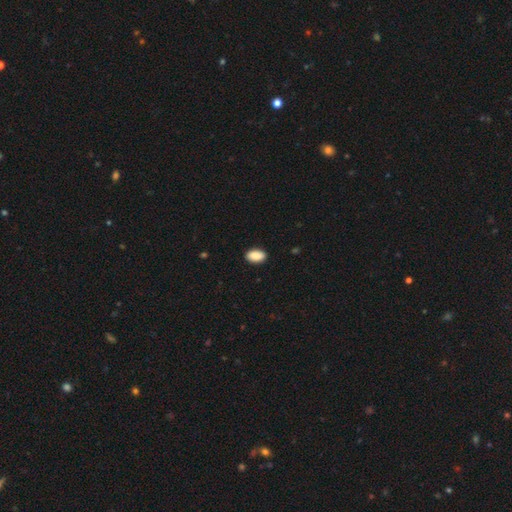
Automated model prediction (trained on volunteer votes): This is clearly a smooth galaxy (90%). How rounded: clearly in between (93%). Merging: clearly none (90%).